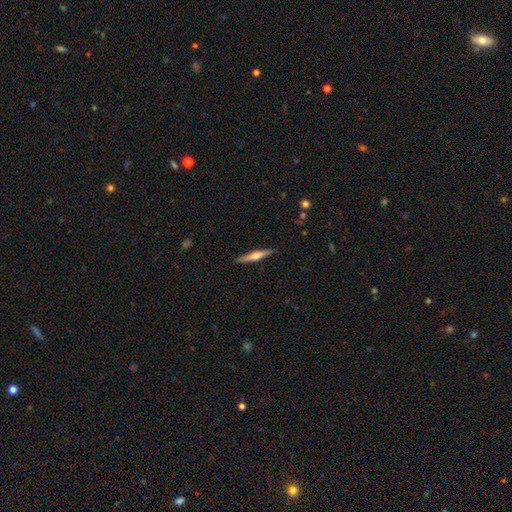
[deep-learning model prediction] Smooth or featured?
  - featured or disk: 50% *
  - smooth: 44%
  - star or artifact: 6%
Edge-on disk?
  - yes: 96% *
  - no: 4%
Merging?
  - none: 90% *
  - minor disturbance: 7%
  - major disturbance: 1%
  - merger: 1%